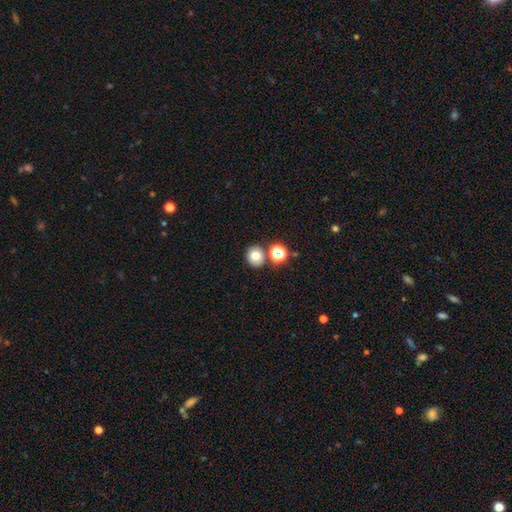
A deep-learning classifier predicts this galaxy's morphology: A smooth galaxy with no disk features (74%) that is round (78%).

Vote fractions:
- Smooth or featured? smooth: 74% / star or artifact: 16% / featured or disk: 10%
- How rounded? round: 78% / in between: 21% / cigar-shaped: 1%
- Merging? none: 73% / merger: 16% / minor disturbance: 8% / major disturbance: 3%